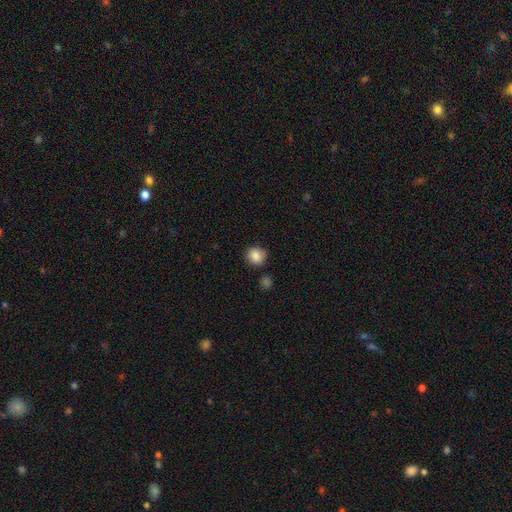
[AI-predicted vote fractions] A smooth galaxy with no disk features (86%) that is round (86%). Merging: none (81%).